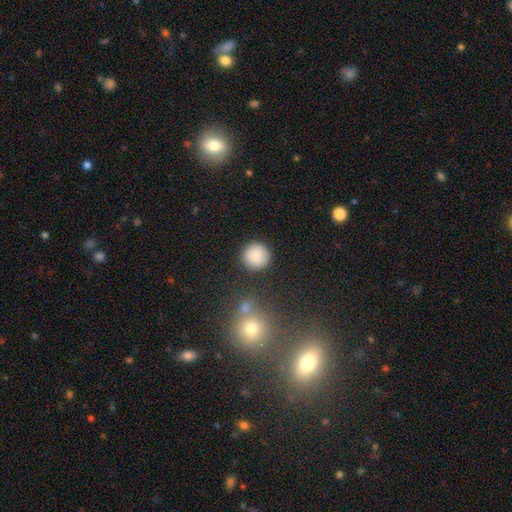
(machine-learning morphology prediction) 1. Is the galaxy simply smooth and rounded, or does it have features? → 87% smooth, 8% star or artifact, 5% featured or disk.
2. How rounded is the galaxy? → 95% round, 4% in between, 1% cigar-shaped.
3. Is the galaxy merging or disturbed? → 88% none, 7% minor disturbance, 3% major disturbance, 2% merger.